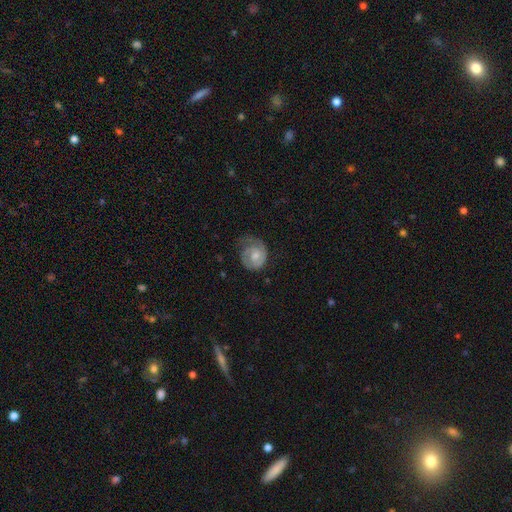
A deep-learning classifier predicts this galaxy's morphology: Smooth or featured: featured or disk — 68% (smooth — 27%)
Edge-on disk: no — 98% (yes — 2%)
Bar: no — 66% (weak — 30%)
Spiral arms: yes — 91% (no — 9%)
Spiral winding: tight — 59% (medium — 30%)
Spiral arm count: 1 — 46% (2 — 36%)
Bulge size: moderate — 52% (small — 35%)
Merging: none — 53% (minor disturbance — 27%)